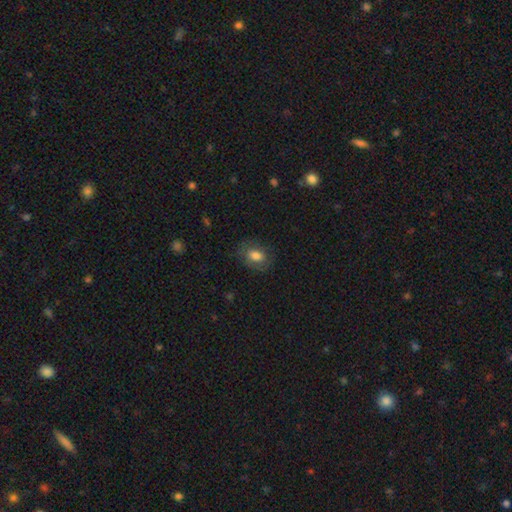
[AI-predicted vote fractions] This is likely a smooth galaxy (75%). How rounded: likely in between (70%). Merging: likely none (76%).